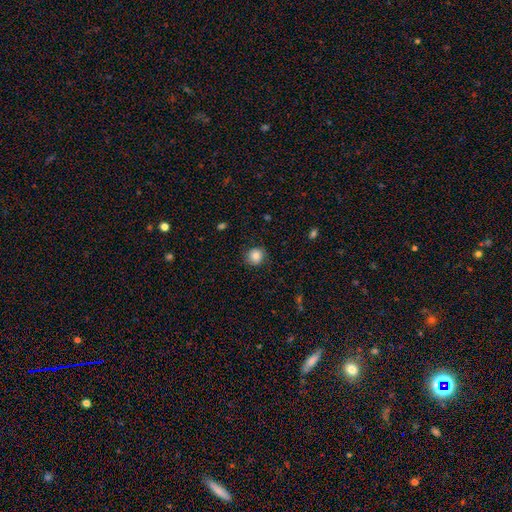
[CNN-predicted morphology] smooth_or_featured: smooth (p=0.83) [alt: star or artifact p=0.10]
how_rounded: round (p=0.89) [alt: in between p=0.10]
merging: none (p=0.86) [alt: minor disturbance p=0.10]